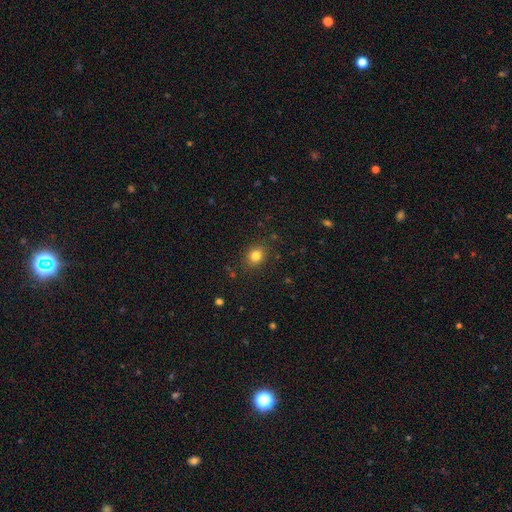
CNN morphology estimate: This appears to be a smooth galaxy with no disk features (82%) that is round (63%). Merging: none (87%).